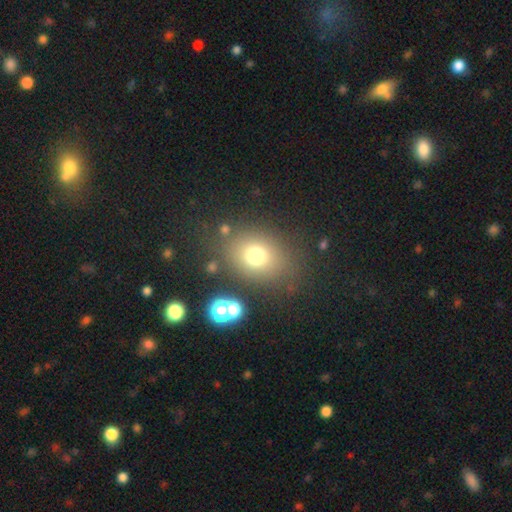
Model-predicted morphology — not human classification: This is likely a smooth galaxy (72%). How rounded: possibly in between (50%). Merging: likely none (75%).